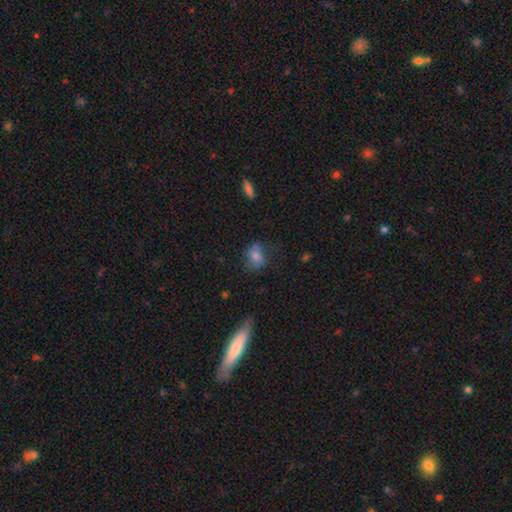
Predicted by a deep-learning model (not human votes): A smooth galaxy with no disk features (68%) that is in between round and cigar-shaped (60%). Merging: none (56%).